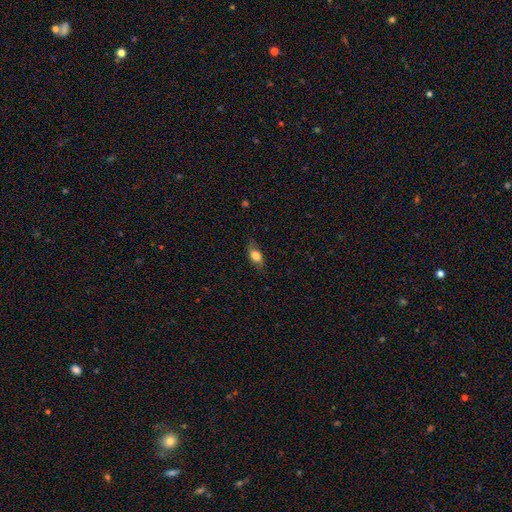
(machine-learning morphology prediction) Smooth or featured: smooth — 73% (featured or disk — 19%)
How rounded: in between — 79% (cigar-shaped — 14%)
Merging: none — 76% (minor disturbance — 18%)